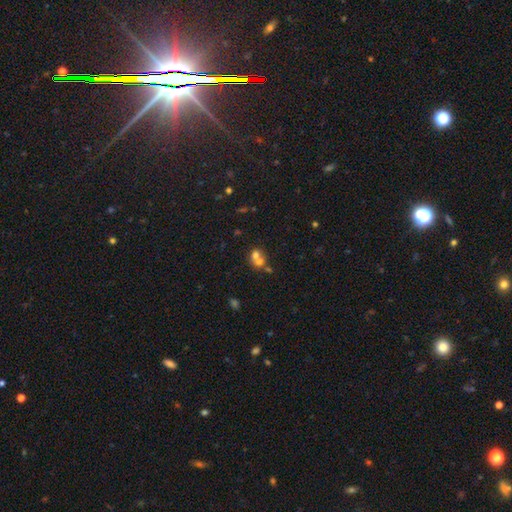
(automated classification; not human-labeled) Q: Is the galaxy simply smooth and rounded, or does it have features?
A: smooth — 62%.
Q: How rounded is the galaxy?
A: round — 71%.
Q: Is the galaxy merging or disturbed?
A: merger — 64%.